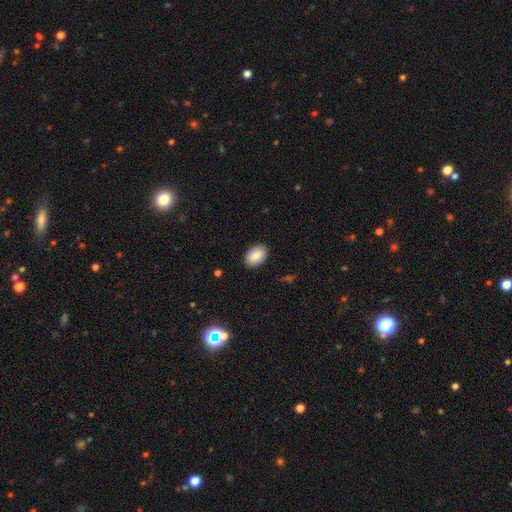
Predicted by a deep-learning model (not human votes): Smooth or featured? Predicted: smooth (p=0.88). How rounded? Predicted: in between (p=0.89). Merging? Predicted: none (p=0.89).